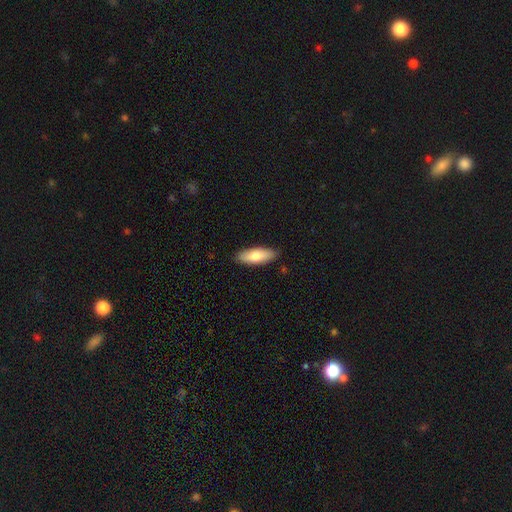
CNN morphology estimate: The model was most divided on "how rounded": in between: 66%, cigar-shaped: 32%, round: 2%. More confident: merging — none (87%); smooth or featured — smooth (77%).